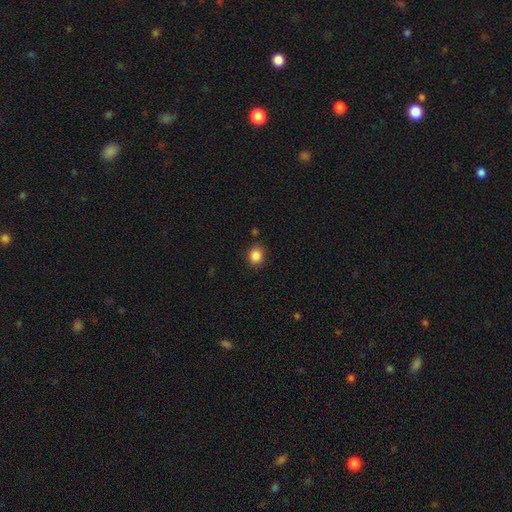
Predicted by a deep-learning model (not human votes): This is clearly a smooth galaxy (87%). How rounded: likely round (64%). Merging: clearly none (86%).